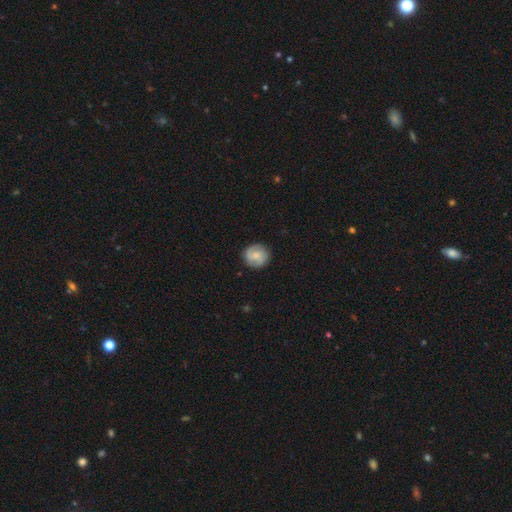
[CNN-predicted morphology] type=smooth (49%); merging=none (86%).